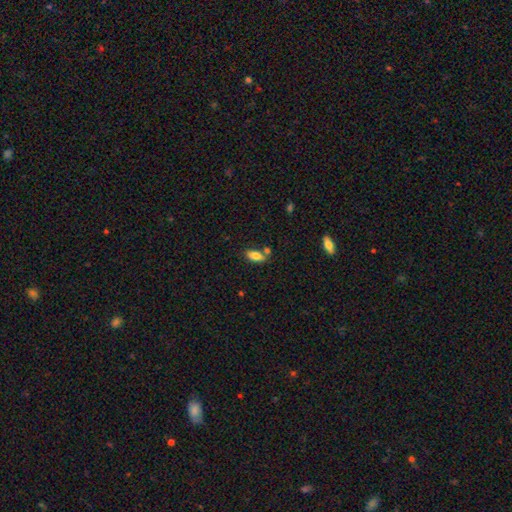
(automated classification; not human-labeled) smooth 80%, featured or disk 13%, star or artifact 8%. Down the decision tree: how rounded — in between (87%); merging — none (64%).